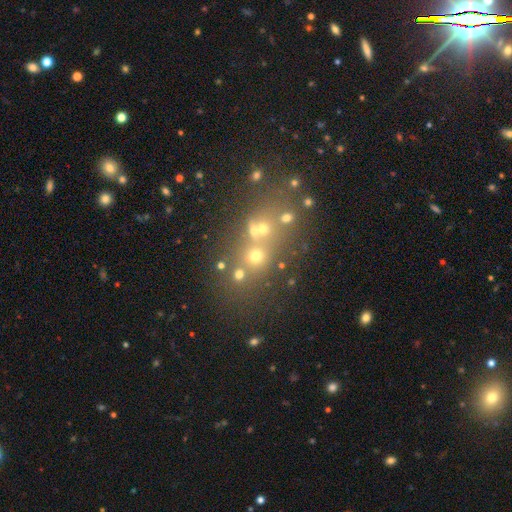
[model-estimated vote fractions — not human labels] smooth 44%, star or artifact 39%, featured or disk 17%. Down the decision tree: merging — none (55%).